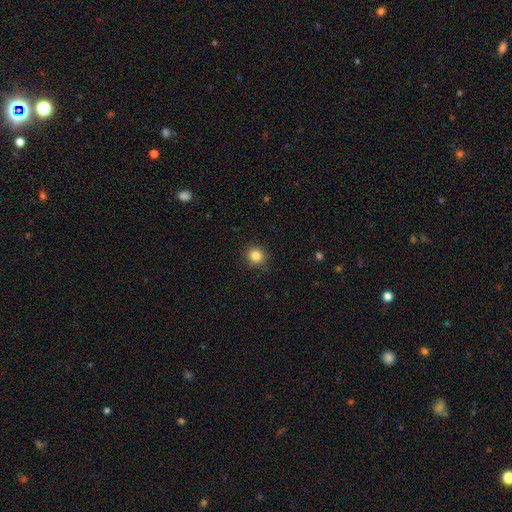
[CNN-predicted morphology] A smooth galaxy with no disk features (84%) that is round (87%).

Vote fractions:
- Smooth or featured? smooth: 84% / star or artifact: 11% / featured or disk: 5%
- How rounded? round: 87% / in between: 12% / cigar-shaped: 1%
- Merging? none: 89% / minor disturbance: 8% / major disturbance: 2% / merger: 1%